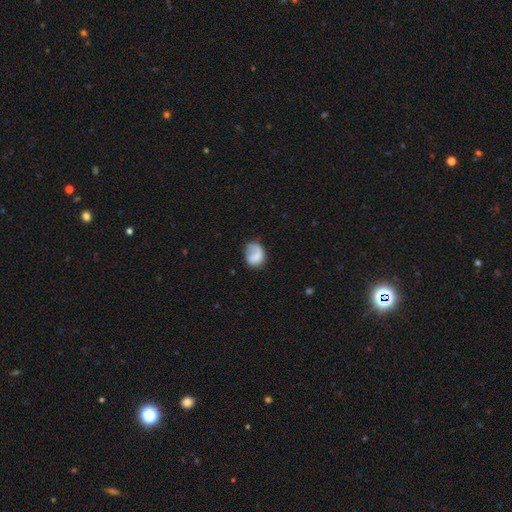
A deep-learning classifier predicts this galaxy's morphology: Overall: smooth (66%; featured or disk 26%). How rounded: in between (54%; round 45%). Merging: none (45%; minor disturbance 28%).